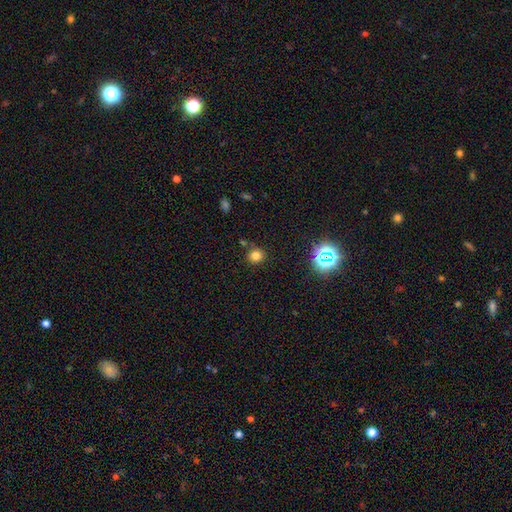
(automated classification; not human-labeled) Overall: smooth (76%). How rounded: round (86%). Merging: none (78%).